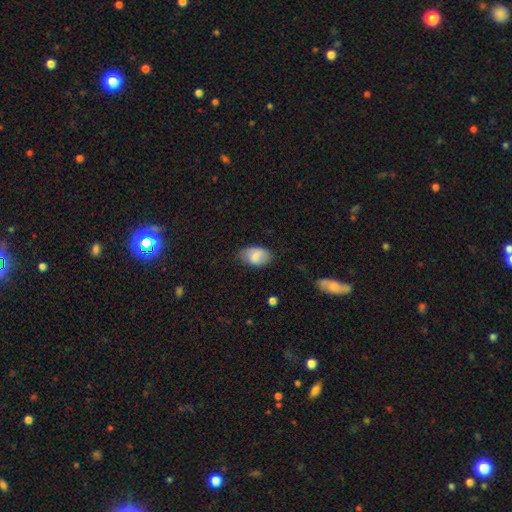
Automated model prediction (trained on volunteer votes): smooth-or-featured: smooth: 73% | featured or disk: 20% | star or artifact: 7%
  how-rounded: in between: 90% | round: 9% | cigar-shaped: 2%
  merging: none: 71% | minor disturbance: 23% | major disturbance: 5% | merger: 1%